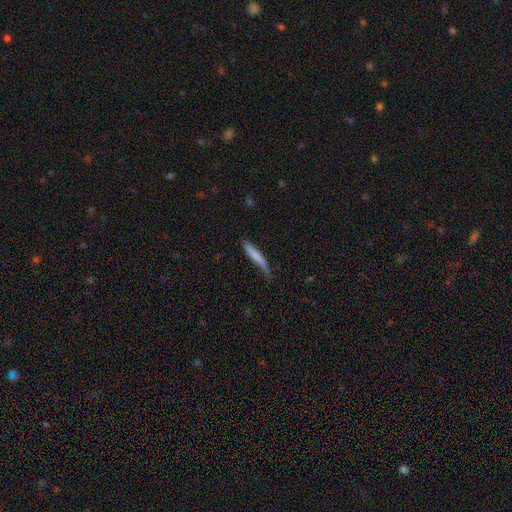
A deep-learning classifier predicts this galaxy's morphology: smooth-or-featured: smooth: 72% | featured or disk: 23% | star or artifact: 5%
  how-rounded: cigar-shaped: 94% | in between: 5% | round: 1%
  merging: none: 57% | minor disturbance: 32% | major disturbance: 8% | merger: 3%